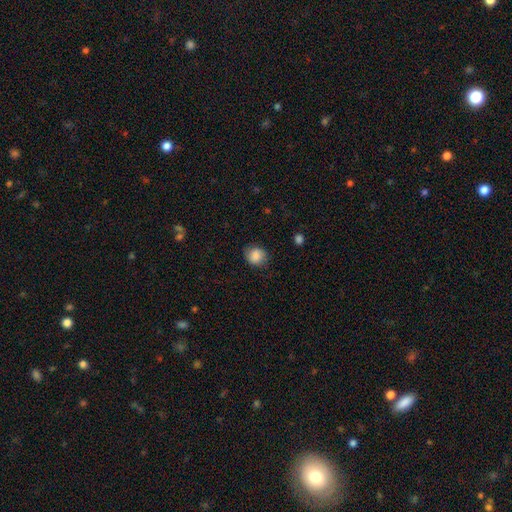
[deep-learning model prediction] Smooth or featured: smooth — 83% (star or artifact — 8%)
How rounded: round — 67% (in between — 32%)
Merging: none — 78% (minor disturbance — 16%)